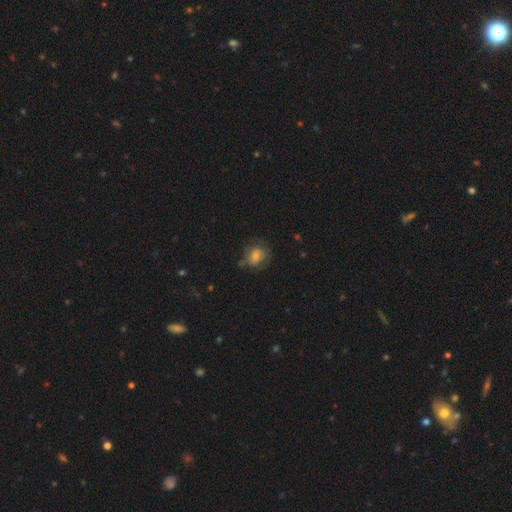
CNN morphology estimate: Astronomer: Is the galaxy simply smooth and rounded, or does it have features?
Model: smooth — 65%.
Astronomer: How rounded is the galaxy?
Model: round — 63%.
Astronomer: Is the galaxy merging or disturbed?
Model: none — 65%.